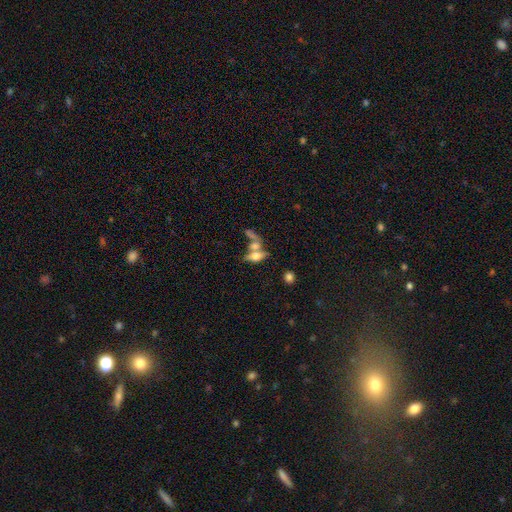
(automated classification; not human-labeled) Smooth or featured: smooth — 51% (featured or disk — 38%)
How rounded: in between — 67% (cigar-shaped — 25%)
Merging: merger — 44% (none — 36%)